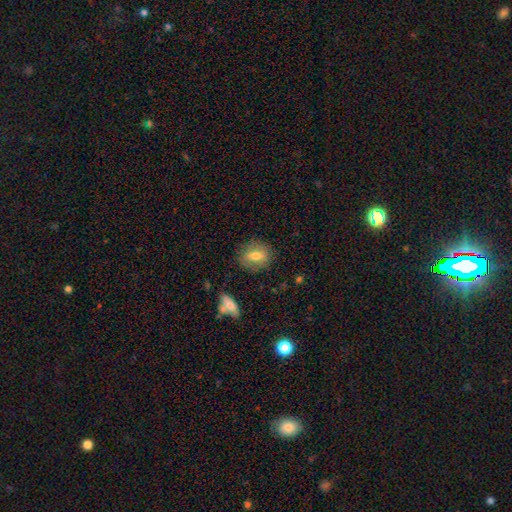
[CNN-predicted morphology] A smooth galaxy with no disk features (69%) that is in between round and cigar-shaped (55%).

Vote fractions:
- Smooth or featured? smooth: 69% / featured or disk: 23% / star or artifact: 8%
- How rounded? in between: 55% / round: 41% / cigar-shaped: 4%
- Merging? none: 81% / minor disturbance: 13% / major disturbance: 4% / merger: 2%